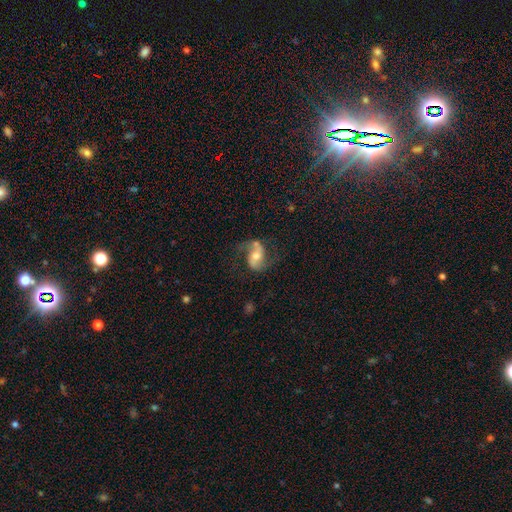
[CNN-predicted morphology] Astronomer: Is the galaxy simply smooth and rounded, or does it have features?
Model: featured or disk — 79%.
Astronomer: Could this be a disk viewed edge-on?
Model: no — 97%.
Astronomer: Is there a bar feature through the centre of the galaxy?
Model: weak — 39% (runner-up: no, 38%).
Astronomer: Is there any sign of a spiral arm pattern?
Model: yes — 94%.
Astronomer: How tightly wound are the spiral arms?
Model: loose — 57% (runner-up: medium, 36%).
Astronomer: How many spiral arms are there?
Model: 2 — 92%.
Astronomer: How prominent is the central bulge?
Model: moderate — 65%.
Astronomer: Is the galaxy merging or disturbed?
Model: none — 66%.